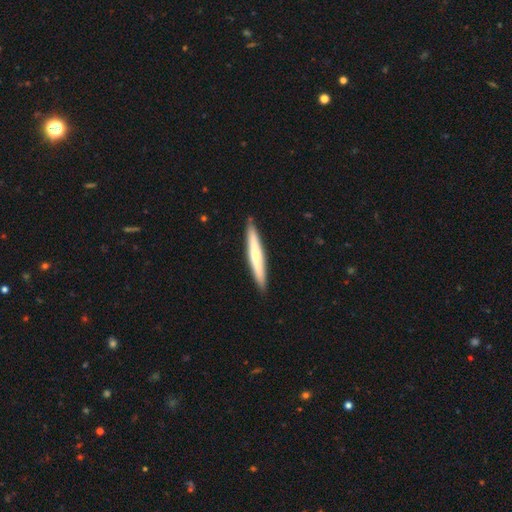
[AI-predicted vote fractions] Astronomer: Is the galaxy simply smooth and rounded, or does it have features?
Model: featured or disk — 48% (runner-up: smooth, 47%).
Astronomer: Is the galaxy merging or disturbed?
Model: none — 90%.